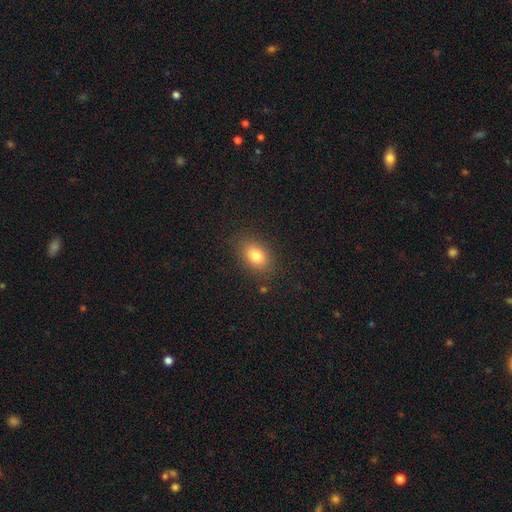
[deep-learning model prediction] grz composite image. It shows a smooth galaxy with no disk features (81%) that is in between round and cigar-shaped (77%). Merging: none (84%).